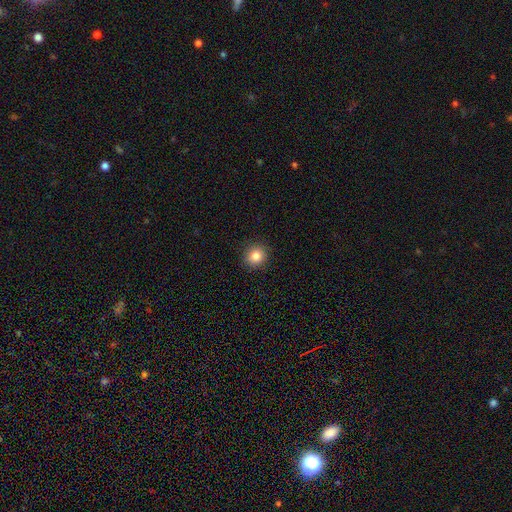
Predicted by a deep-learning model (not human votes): A smooth galaxy with no disk features (83%) that is round (89%). Merging: none (92%).